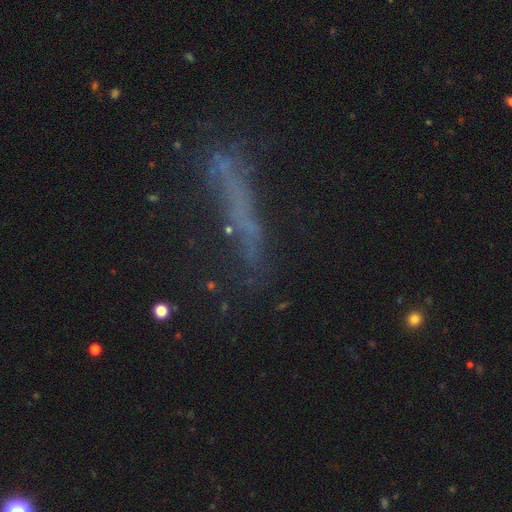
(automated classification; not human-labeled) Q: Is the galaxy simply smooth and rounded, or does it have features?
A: featured or disk — 39%.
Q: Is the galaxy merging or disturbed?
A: none — 60%.